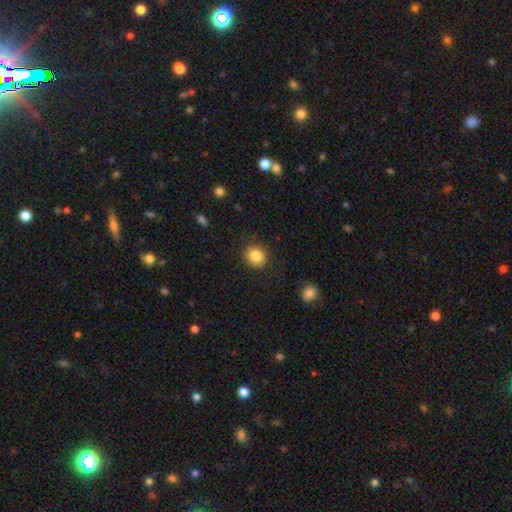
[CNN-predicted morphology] This is clearly a smooth galaxy (84%). How rounded: likely round (73%). Merging: clearly none (86%).